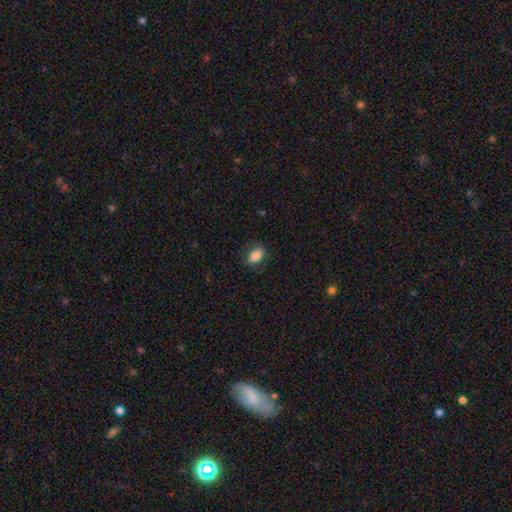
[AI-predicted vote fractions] smooth_or_featured: smooth (p=0.82) [alt: featured or disk p=0.10]
how_rounded: in between (p=0.85) [alt: round p=0.13]
merging: none (p=0.80) [alt: minor disturbance p=0.14]